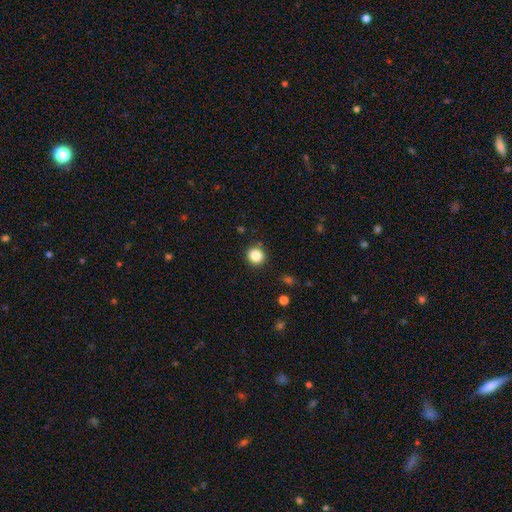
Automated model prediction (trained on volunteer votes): smooth_or_featured: smooth (p=0.86) [alt: star or artifact p=0.10]
how_rounded: round (p=0.90) [alt: in between p=0.09]
merging: none (p=0.90) [alt: minor disturbance p=0.07]